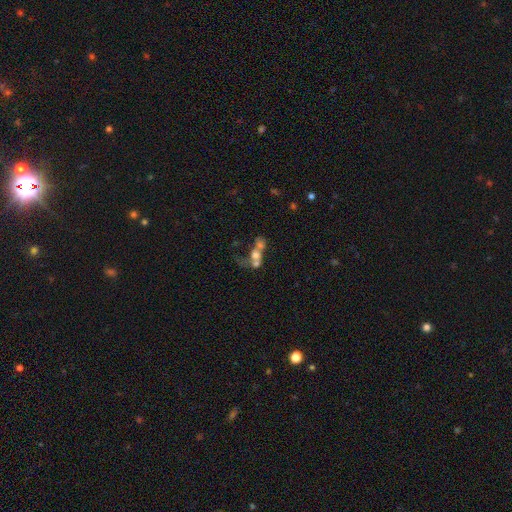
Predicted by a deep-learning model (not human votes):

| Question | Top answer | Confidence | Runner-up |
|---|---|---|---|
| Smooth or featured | smooth | 51% | featured or disk (34%) |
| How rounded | round | 53% | in between (44%) |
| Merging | merger | 69% | none (14%) |